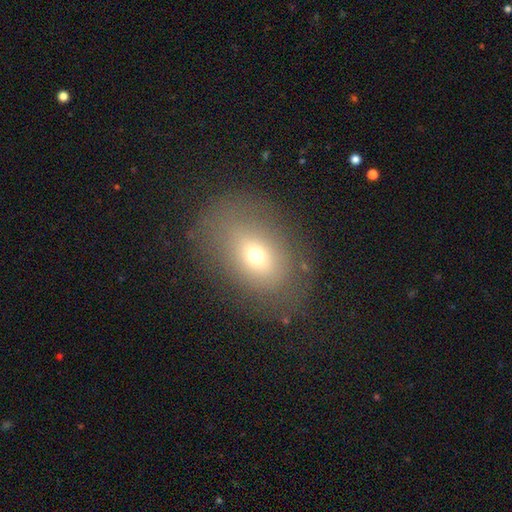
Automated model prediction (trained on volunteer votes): Smooth or featured? smooth (62%)
How rounded? in between (75%)
Merging? none (73%)